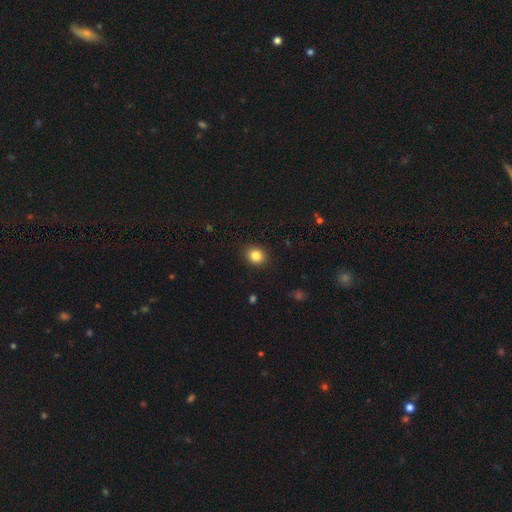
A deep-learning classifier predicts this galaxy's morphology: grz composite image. It shows a smooth galaxy with no disk features (84%) that is round (71%). Merging: none (91%).